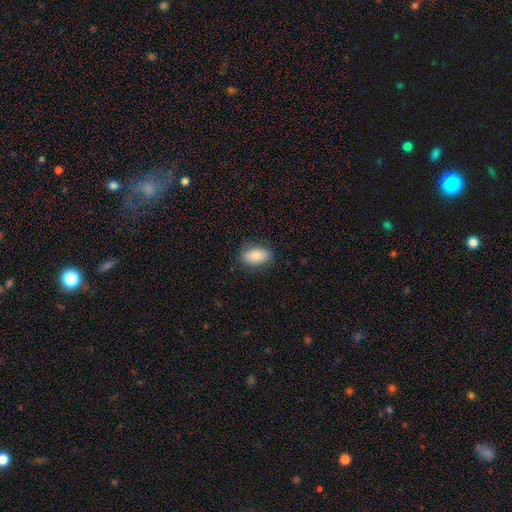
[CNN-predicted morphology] A smooth galaxy with no disk features (82%) that is in between round and cigar-shaped (91%).

Vote fractions:
- Smooth or featured? smooth: 82% / featured or disk: 11% / star or artifact: 7%
- How rounded? in between: 91% / round: 7% / cigar-shaped: 2%
- Merging? none: 84% / minor disturbance: 12% / major disturbance: 3% / merger: 1%